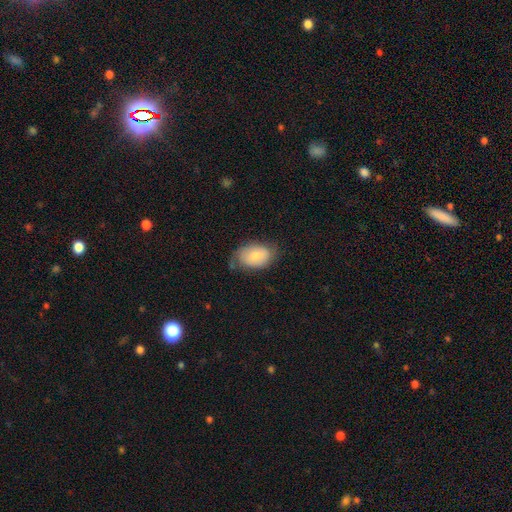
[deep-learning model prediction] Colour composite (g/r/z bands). It shows a smooth galaxy with no disk features (71%) that is in between round and cigar-shaped (88%). Merging: none (54%).